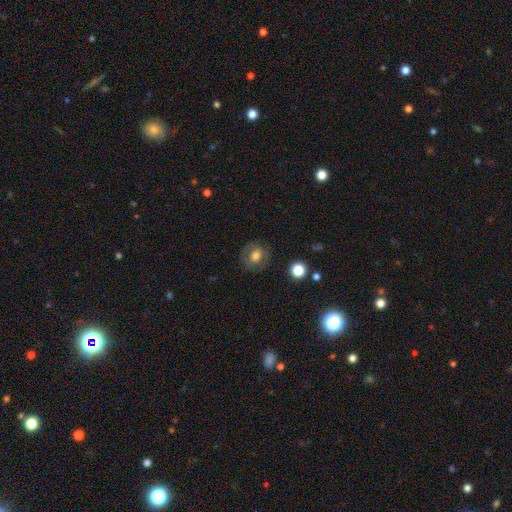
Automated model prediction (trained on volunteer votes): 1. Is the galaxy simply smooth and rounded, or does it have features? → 67% smooth, 22% featured or disk, 10% star or artifact.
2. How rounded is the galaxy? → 67% round, 32% in between, 1% cigar-shaped.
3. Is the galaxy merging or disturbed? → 80% none, 13% minor disturbance, 6% major disturbance, 1% merger.